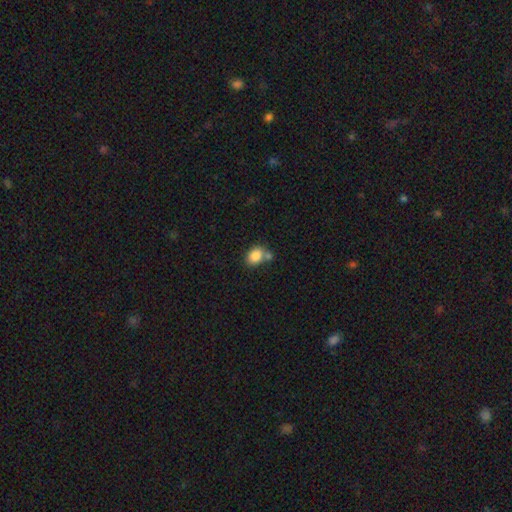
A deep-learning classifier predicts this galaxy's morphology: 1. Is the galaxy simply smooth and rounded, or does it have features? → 85% smooth, 9% star or artifact, 6% featured or disk.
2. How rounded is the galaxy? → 67% in between, 32% round, 1% cigar-shaped.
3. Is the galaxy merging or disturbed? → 50% none, 31% merger, 14% minor disturbance, 5% major disturbance.